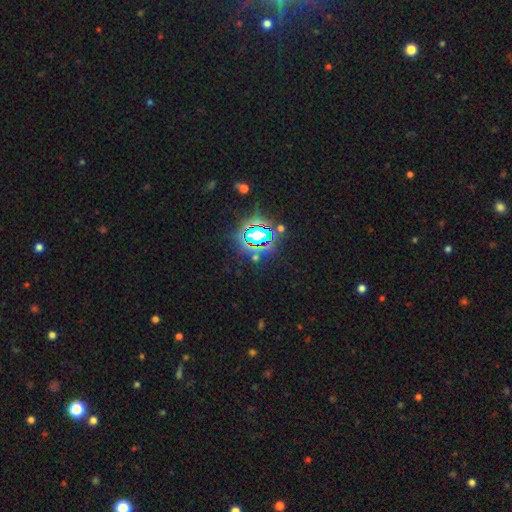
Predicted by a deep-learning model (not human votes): smooth_or_featured: star or artifact (p=0.77) [alt: smooth p=0.15]